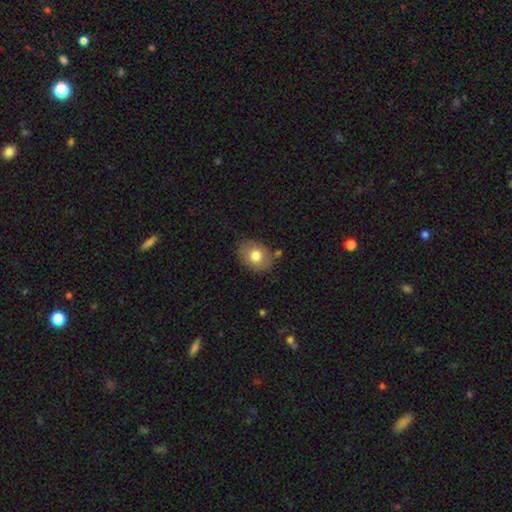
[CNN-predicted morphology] Q: Smooth or featured?
A: smooth (76%); runner-up: featured or disk (16%)
Q: How rounded?
A: in between (62%); runner-up: round (37%)
Q: Merging?
A: none (78%); runner-up: minor disturbance (14%)